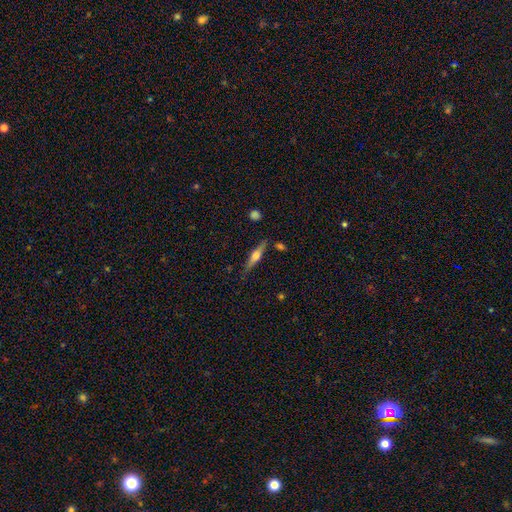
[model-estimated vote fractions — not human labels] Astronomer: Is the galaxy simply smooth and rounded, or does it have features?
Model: featured or disk — 64%.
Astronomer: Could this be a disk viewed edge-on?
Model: yes — 96%.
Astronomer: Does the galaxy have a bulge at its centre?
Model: rounded — 88%.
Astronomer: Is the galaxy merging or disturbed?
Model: none — 82%.